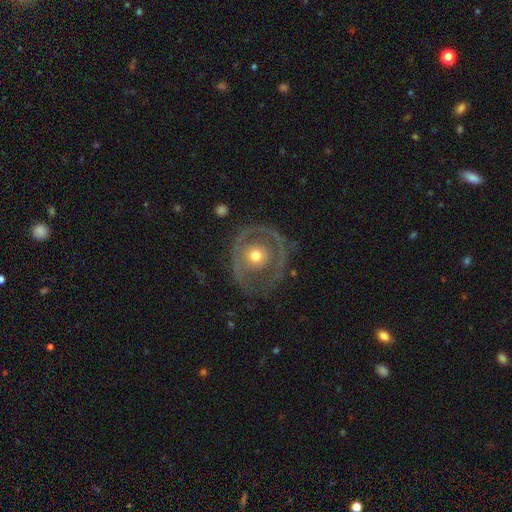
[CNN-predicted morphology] Overall: featured or disk (66%; smooth 29%). Edge-on disk: no (96%). Bar: no (87%). Spiral arms: no (67%; yes 33%). Bulge size: moderate (70%). Merging: none (64%).